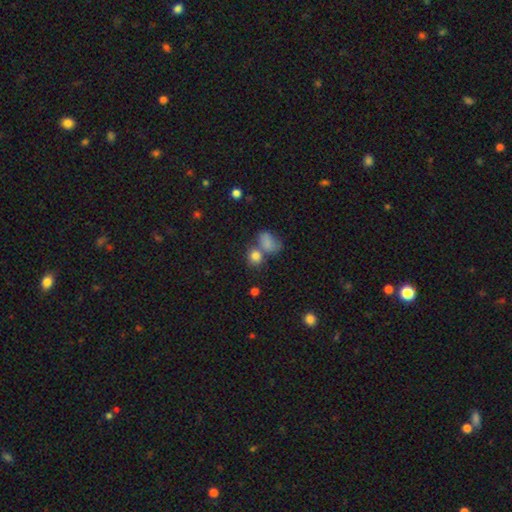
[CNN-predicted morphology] Smooth or featured? Predicted: smooth (p=0.80). How rounded? Predicted: round (p=0.67). Merging? Predicted: none (p=0.46).